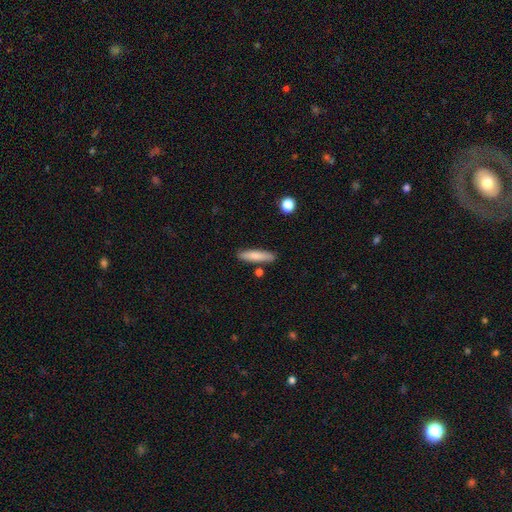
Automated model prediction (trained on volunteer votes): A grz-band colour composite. It shows a smooth galaxy with no disk features (79%) that is cigar-shaped (80%). Merging: none (83%).